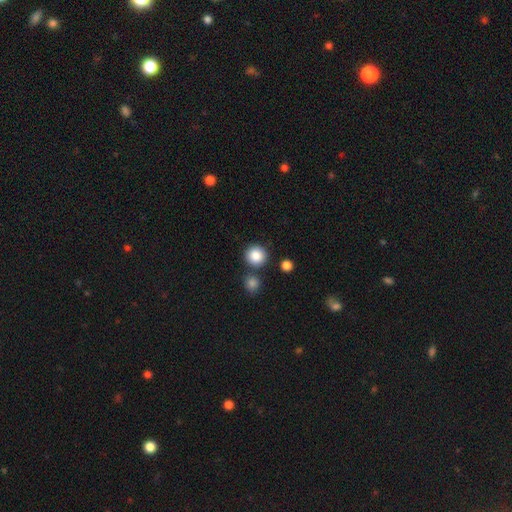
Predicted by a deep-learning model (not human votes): Q: Smooth or featured?
A: smooth (86%); runner-up: star or artifact (9%)
Q: How rounded?
A: round (92%); runner-up: in between (7%)
Q: Merging?
A: none (80%); runner-up: merger (9%)